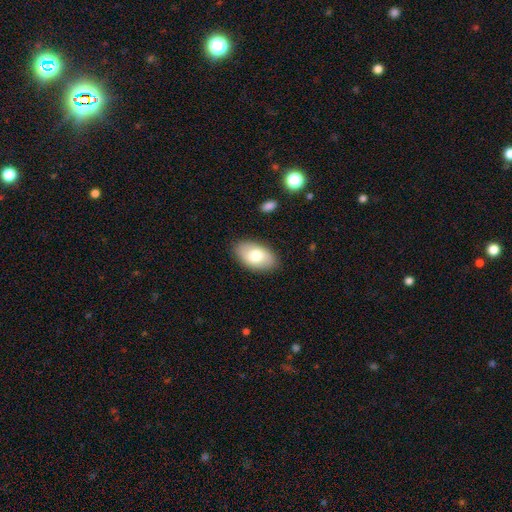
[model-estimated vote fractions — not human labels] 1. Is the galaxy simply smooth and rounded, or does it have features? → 75% smooth, 19% featured or disk, 6% star or artifact.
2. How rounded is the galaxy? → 93% in between, 5% round, 1% cigar-shaped.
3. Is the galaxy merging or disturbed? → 86% none, 10% minor disturbance, 2% major disturbance, 1% merger.